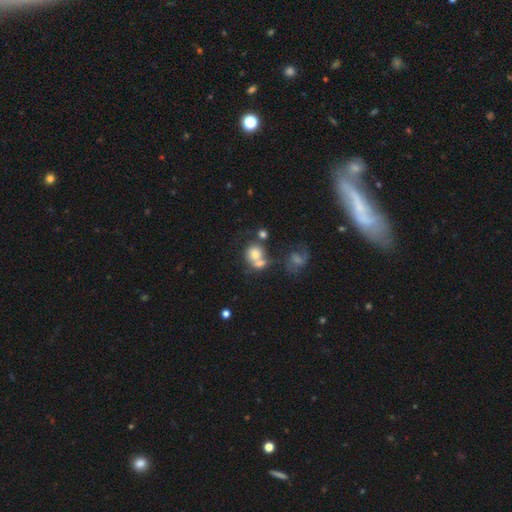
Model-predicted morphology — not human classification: Overall: smooth (69%). How rounded: round (73%). Merging: merger (48%; none 30%).